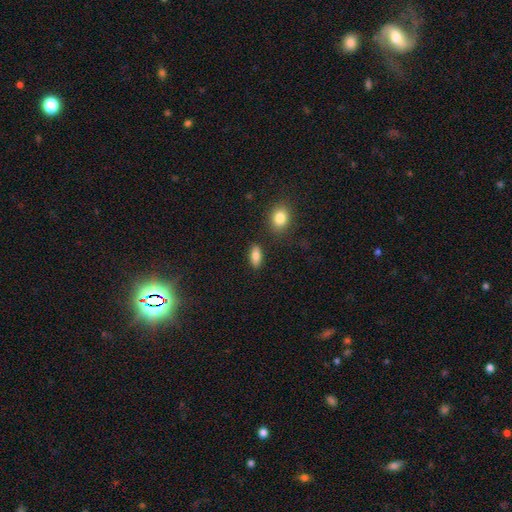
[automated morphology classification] smooth_or_featured: smooth (p=0.82) [alt: featured or disk p=0.11]
how_rounded: in between (p=0.84) [alt: cigar-shaped p=0.11]
merging: none (p=0.86) [alt: minor disturbance p=0.09]